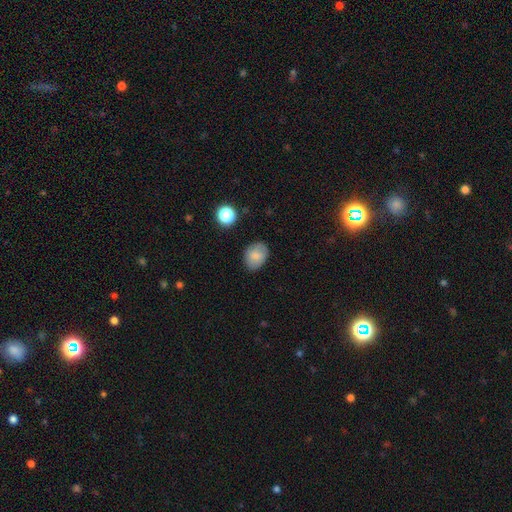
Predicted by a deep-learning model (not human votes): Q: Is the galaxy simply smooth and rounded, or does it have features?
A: smooth — 79%.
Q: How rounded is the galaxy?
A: in between — 66%.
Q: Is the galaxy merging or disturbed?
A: none — 81%.